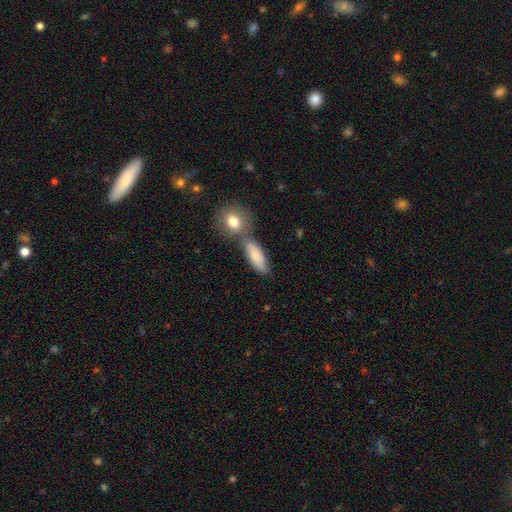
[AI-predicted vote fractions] This appears to be a smooth galaxy with no disk features (80%) that is in between round and cigar-shaped (68%). Merging: none (48%).